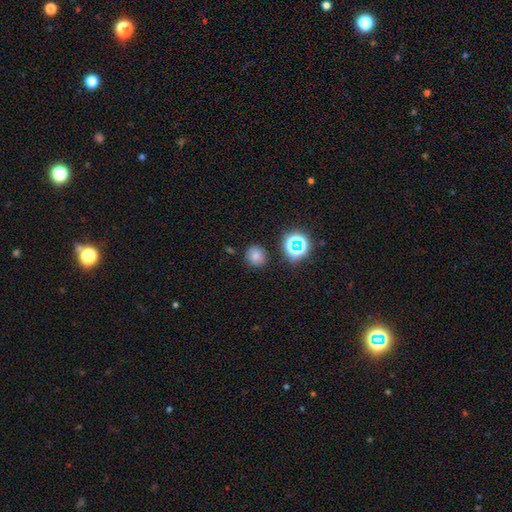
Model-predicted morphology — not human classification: Smooth or featured?
  - smooth: 71% *
  - star or artifact: 20%
  - featured or disk: 8%
How rounded?
  - round: 79% *
  - in between: 20%
  - cigar-shaped: 1%
Merging?
  - none: 82% *
  - minor disturbance: 12%
  - major disturbance: 3%
  - merger: 3%